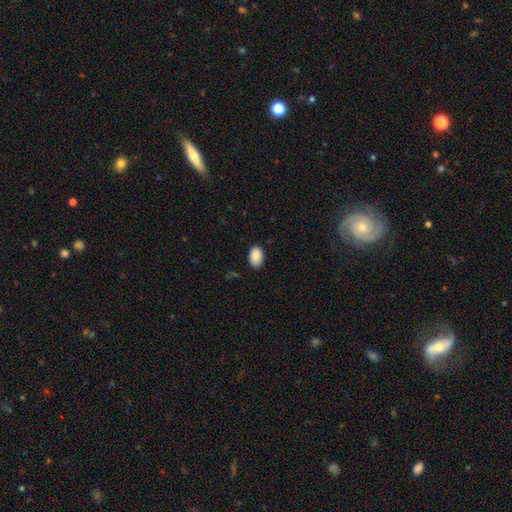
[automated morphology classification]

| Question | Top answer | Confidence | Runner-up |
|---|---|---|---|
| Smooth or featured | smooth | 90% | star or artifact (7%) |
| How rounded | in between | 89% | round (10%) |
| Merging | none | 86% | minor disturbance (11%) |